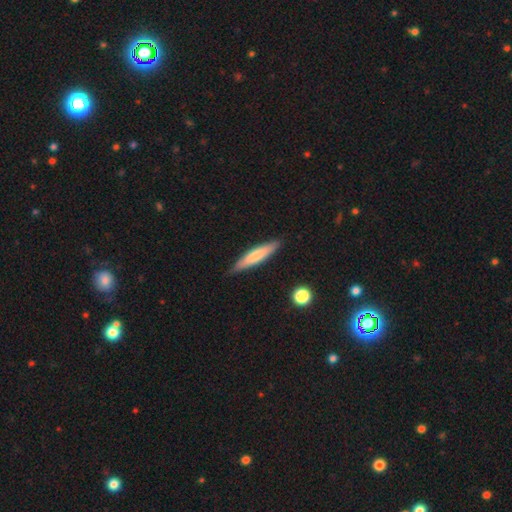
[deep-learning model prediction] Smooth or featured: smooth — 67% (featured or disk — 27%)
How rounded: cigar-shaped — 86% (in between — 13%)
Merging: none — 85% (minor disturbance — 11%)